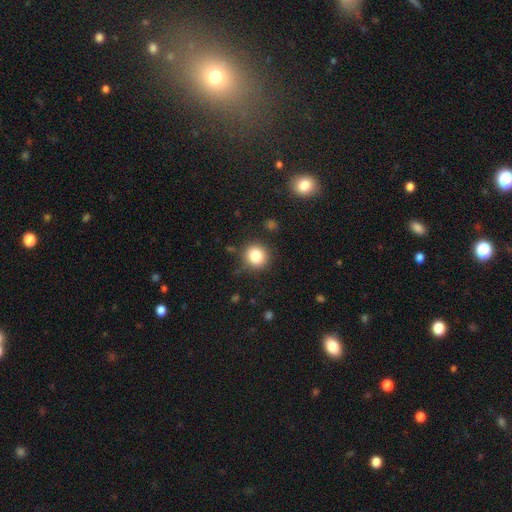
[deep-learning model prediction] Morphology: type=smooth (83%); roundness=round (90%); merging=none (87%).